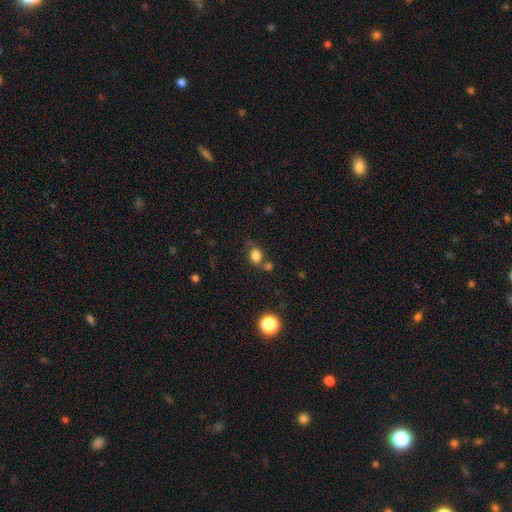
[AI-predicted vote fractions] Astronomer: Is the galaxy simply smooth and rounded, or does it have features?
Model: smooth — 81%.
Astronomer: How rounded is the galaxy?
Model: round — 55% (runner-up: in between, 44%).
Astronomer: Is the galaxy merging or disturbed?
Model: none — 57%.